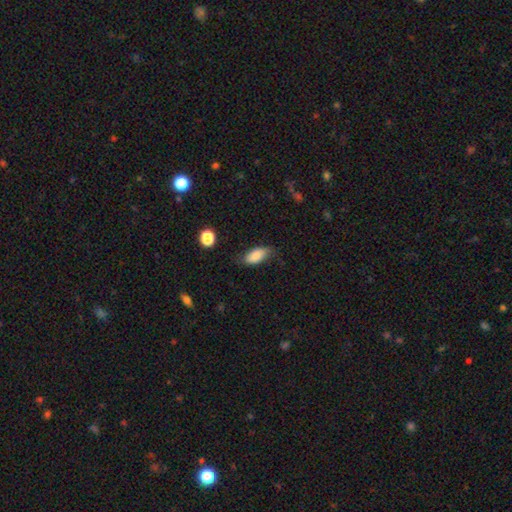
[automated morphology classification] type=smooth (82%); roundness=in between (88%); merging=none (64%).